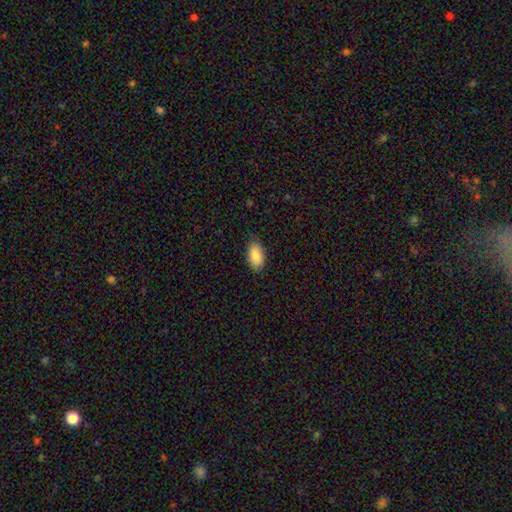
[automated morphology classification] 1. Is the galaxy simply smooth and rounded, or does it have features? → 86% smooth, 8% featured or disk, 6% star or artifact.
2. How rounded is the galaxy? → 94% in between, 4% round, 2% cigar-shaped.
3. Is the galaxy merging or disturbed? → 80% none, 16% minor disturbance, 3% major disturbance, 1% merger.